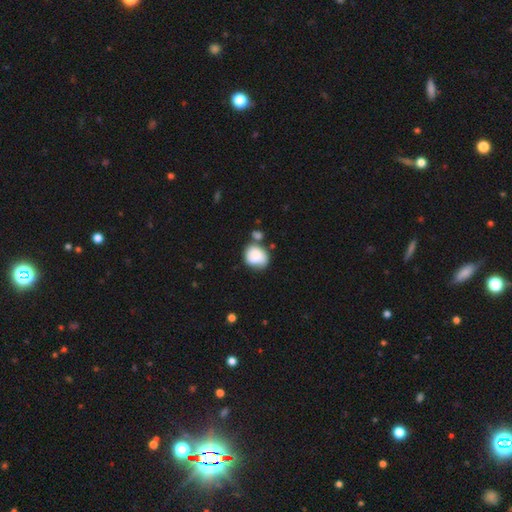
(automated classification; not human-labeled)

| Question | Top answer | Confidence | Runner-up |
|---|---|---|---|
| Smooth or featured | smooth | 82% | featured or disk (11%) |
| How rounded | round | 63% | in between (36%) |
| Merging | none | 46% | minor disturbance (24%) |